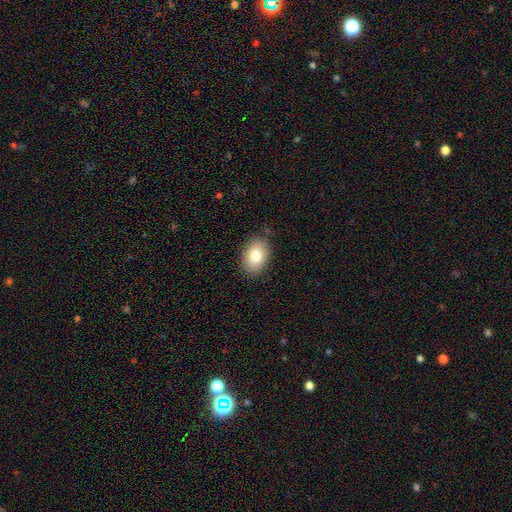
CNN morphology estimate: Smooth or featured: smooth — 81% (featured or disk — 11%)
How rounded: in between — 83% (round — 16%)
Merging: none — 85% (minor disturbance — 11%)